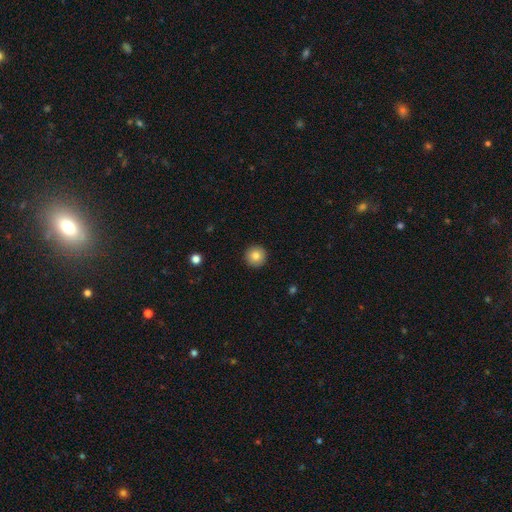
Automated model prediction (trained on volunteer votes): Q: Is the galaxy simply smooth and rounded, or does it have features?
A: smooth — 84%.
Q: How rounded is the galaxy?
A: round — 96%.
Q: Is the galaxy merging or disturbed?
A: none — 93%.